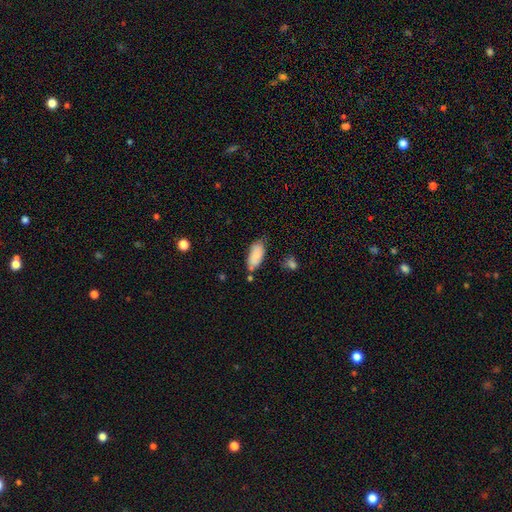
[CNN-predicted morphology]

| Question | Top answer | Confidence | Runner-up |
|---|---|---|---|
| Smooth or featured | smooth | 81% | featured or disk (12%) |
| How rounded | in between | 90% | cigar-shaped (8%) |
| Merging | none | 60% | minor disturbance (27%) |